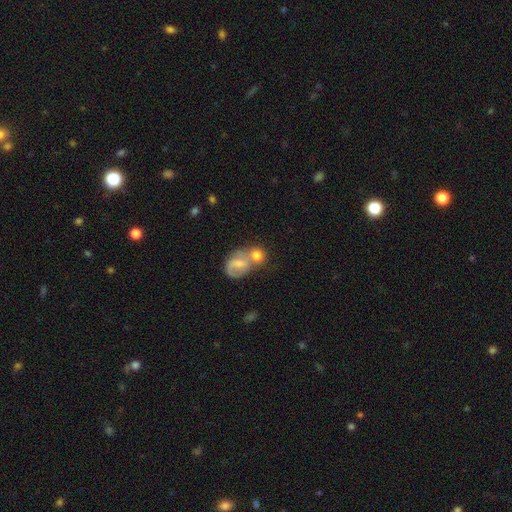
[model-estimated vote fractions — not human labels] smooth-or-featured: smooth: 60% | featured or disk: 31% | star or artifact: 10%
  how-rounded: round: 68% | in between: 30% | cigar-shaped: 2%
  merging: merger: 51% | none: 34% | minor disturbance: 10% | major disturbance: 6%